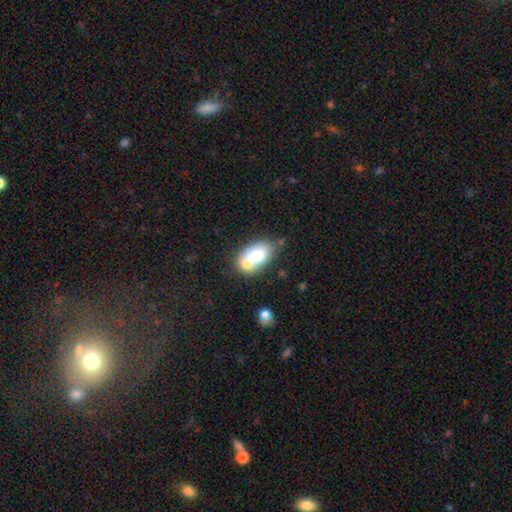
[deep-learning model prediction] Smooth or featured? smooth (70%)
How rounded? in between (90%)
Merging? merger (42%)